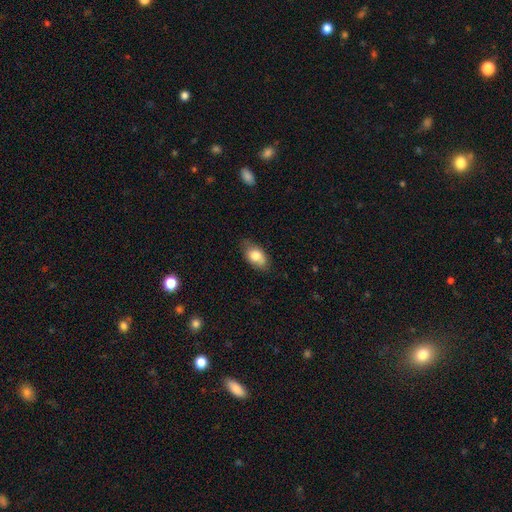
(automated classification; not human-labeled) Smooth or featured: smooth — 78% (featured or disk — 15%)
How rounded: in between — 90% (round — 7%)
Merging: none — 74% (minor disturbance — 21%)